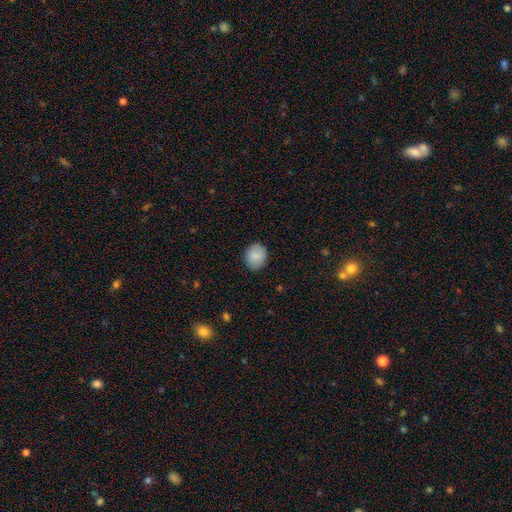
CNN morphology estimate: Smooth or featured? Predicted: smooth (p=0.87). How rounded? Predicted: round (p=0.70). Merging? Predicted: none (p=0.85).